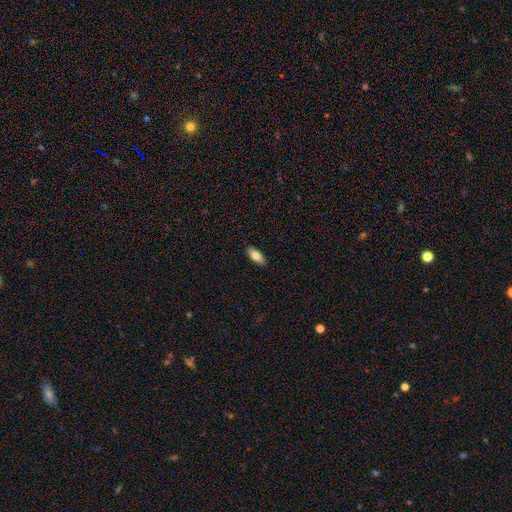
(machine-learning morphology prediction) type=smooth (76%); roundness=in between (84%); merging=none (90%).